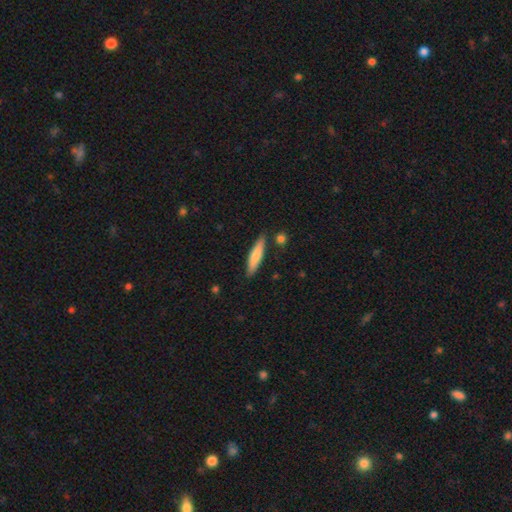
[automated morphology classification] smooth 72%, featured or disk 23%, star or artifact 5%. Down the decision tree: how rounded — cigar-shaped (81%); merging — none (85%).